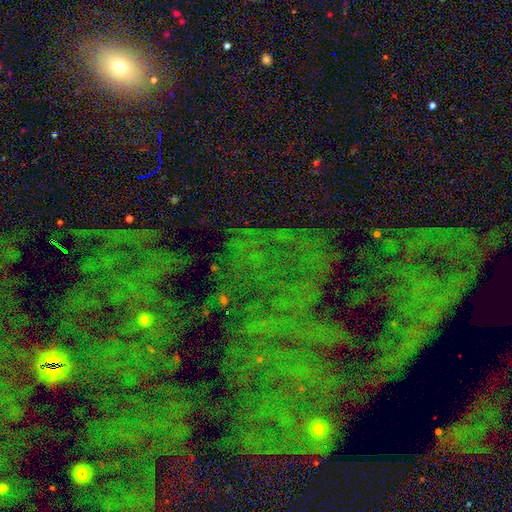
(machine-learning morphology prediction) star or artifact 76%, smooth 13%, featured or disk 11%.